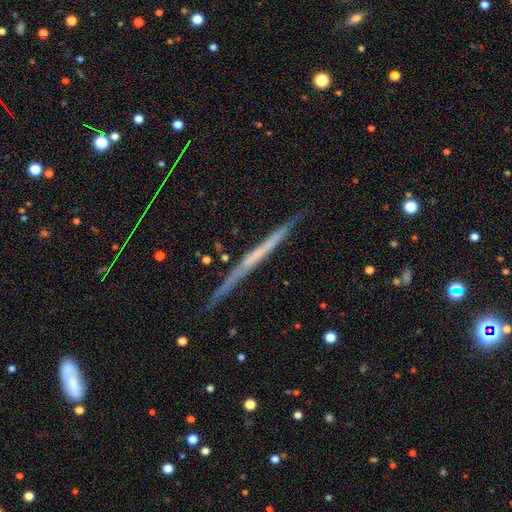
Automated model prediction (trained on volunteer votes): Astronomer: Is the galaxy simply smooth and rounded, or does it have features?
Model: featured or disk — 65%.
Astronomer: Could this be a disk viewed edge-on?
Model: yes — 97%.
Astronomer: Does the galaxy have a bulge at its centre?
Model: none — 87%.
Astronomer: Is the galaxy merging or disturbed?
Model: none — 87%.